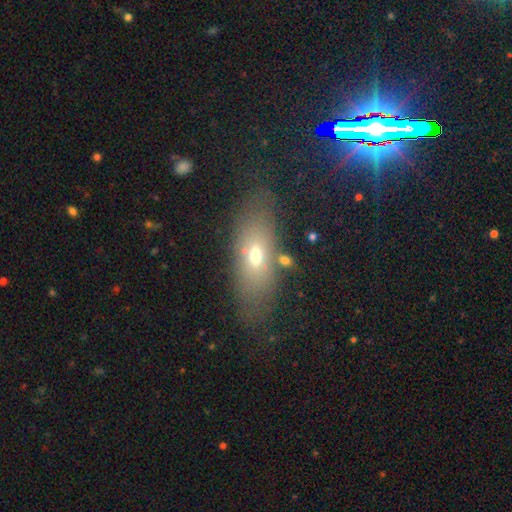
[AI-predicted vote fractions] The model was most divided on "smooth or featured": smooth: 59%, featured or disk: 27%, star or artifact: 14%. More confident: how rounded — in between (73%); merging — none (70%).